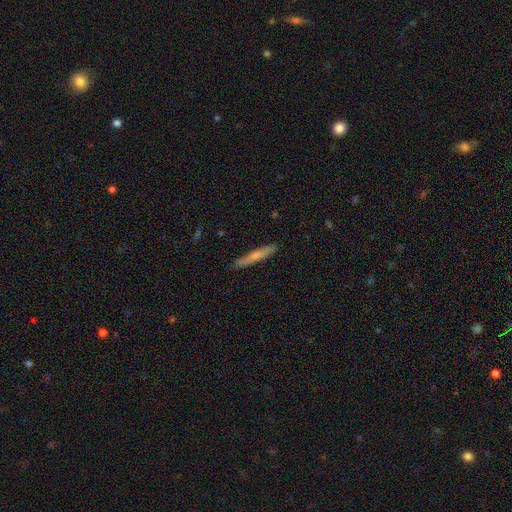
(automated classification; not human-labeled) Smooth or featured: smooth — 60% (featured or disk — 34%)
How rounded: cigar-shaped — 94% (in between — 4%)
Merging: none — 88% (minor disturbance — 9%)